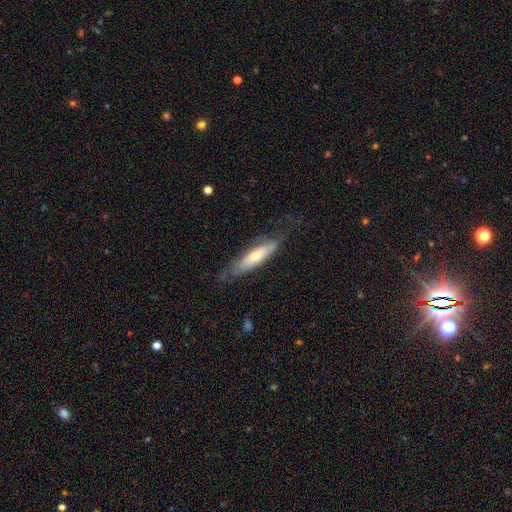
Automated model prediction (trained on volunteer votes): Overall: featured or disk (49%; smooth 44%). Merging: none (62%; minor disturbance 24%).